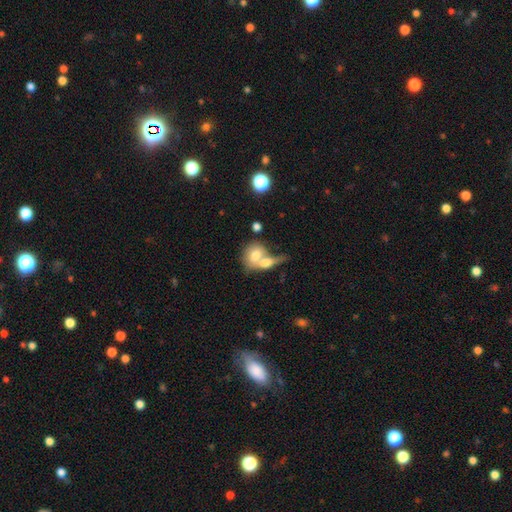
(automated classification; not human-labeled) Smooth or featured? smooth (70%)
How rounded? in between (56%)
Merging? merger (66%)